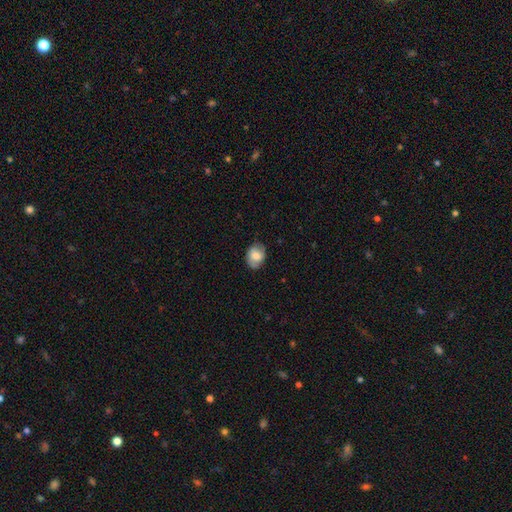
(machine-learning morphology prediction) Smooth or featured?
  - smooth: 64% *
  - featured or disk: 28%
  - star or artifact: 8%
How rounded?
  - in between: 70% *
  - round: 29%
  - cigar-shaped: 1%
Merging?
  - none: 77% *
  - minor disturbance: 18%
  - major disturbance: 4%
  - merger: 1%